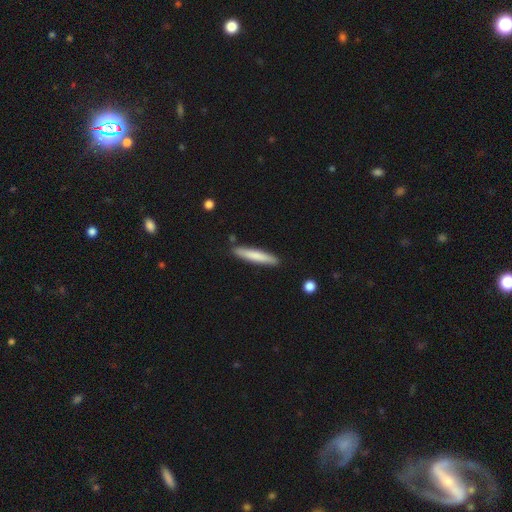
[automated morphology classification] smooth 75%, featured or disk 20%, star or artifact 5%. Down the decision tree: how rounded — cigar-shaped (92%); merging — none (88%).